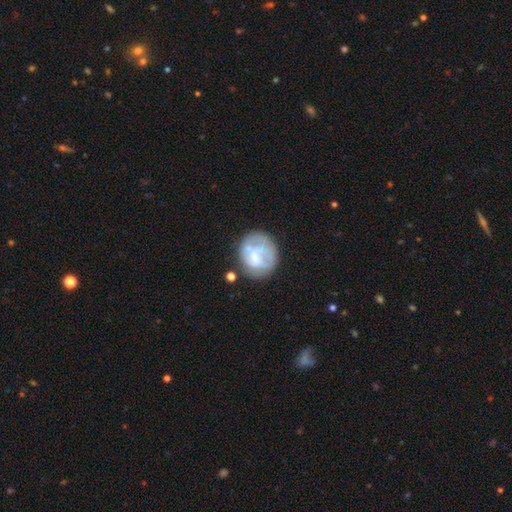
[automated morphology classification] smooth-or-featured: featured or disk: 48% | smooth: 45% | star or artifact: 7%
  merging: none: 53% | minor disturbance: 22% | major disturbance: 16% | merger: 9%